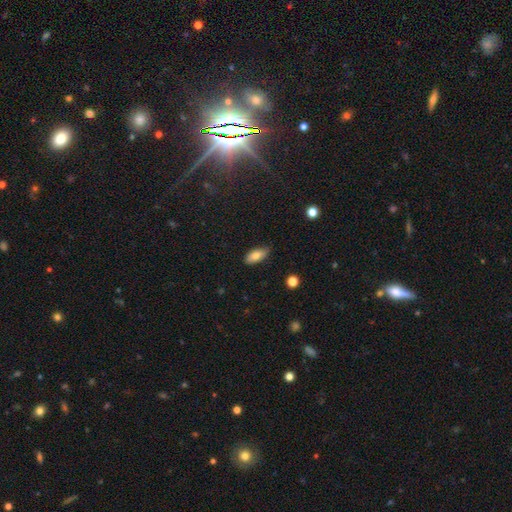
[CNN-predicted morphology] Smooth or featured?
  - smooth: 80% *
  - featured or disk: 12%
  - star or artifact: 7%
How rounded?
  - in between: 87% *
  - cigar-shaped: 10%
  - round: 3%
Merging?
  - none: 79% *
  - minor disturbance: 17%
  - major disturbance: 2%
  - merger: 1%